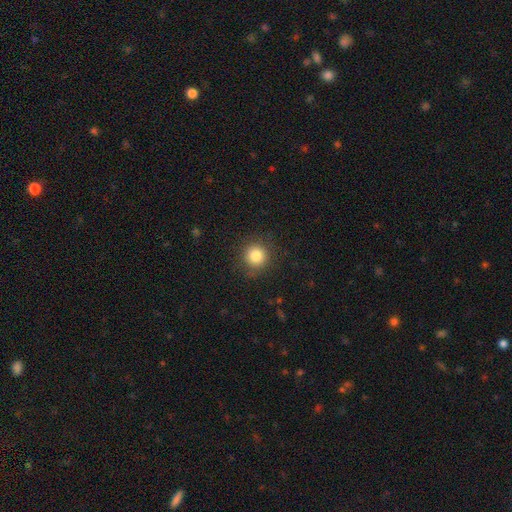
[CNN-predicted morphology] Smooth or featured? smooth (83%)
How rounded? round (93%)
Merging? none (87%)